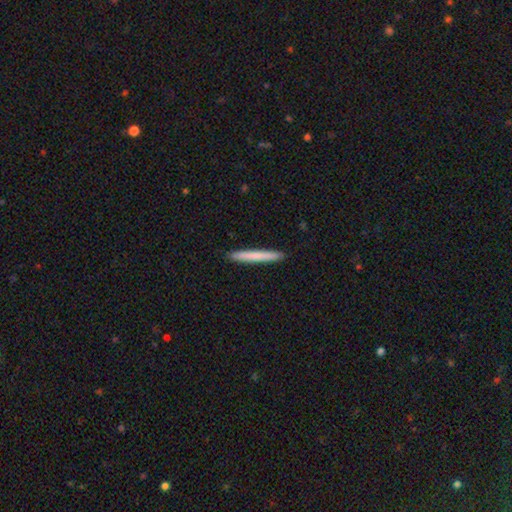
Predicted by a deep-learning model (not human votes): smooth 73%, featured or disk 22%, star or artifact 5%. Down the decision tree: how rounded — cigar-shaped (97%); merging — none (93%).